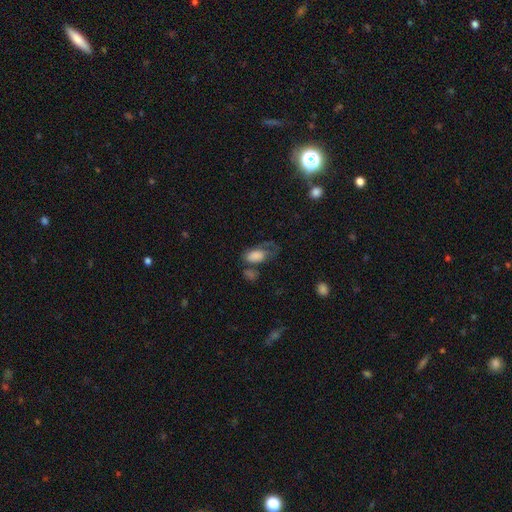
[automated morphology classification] Q: Smooth or featured?
A: smooth (74%); runner-up: featured or disk (17%)
Q: How rounded?
A: in between (91%); runner-up: round (6%)
Q: Merging?
A: major disturbance (36%); runner-up: none (26%)